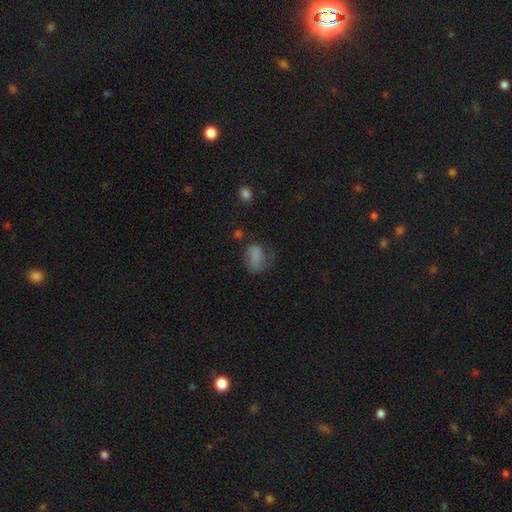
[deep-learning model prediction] smooth-or-featured: smooth: 69% | featured or disk: 18% | star or artifact: 12%
  how-rounded: in between: 74% | round: 24% | cigar-shaped: 2%
  merging: none: 37% | major disturbance: 31% | minor disturbance: 27% | merger: 4%